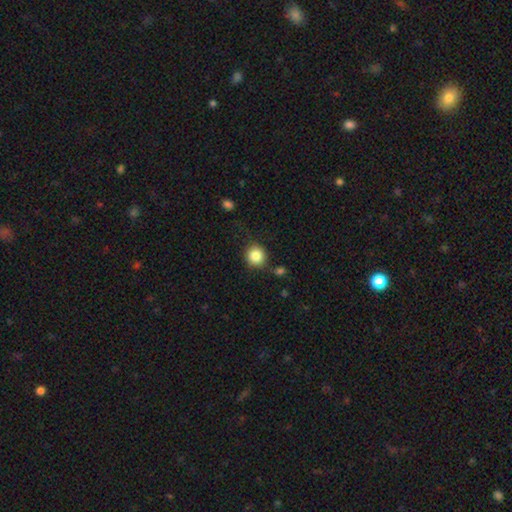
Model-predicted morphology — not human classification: smooth-or-featured: smooth: 85% | star or artifact: 10% | featured or disk: 6%
  how-rounded: round: 91% | in between: 8% | cigar-shaped: 1%
  merging: none: 77% | minor disturbance: 14% | merger: 5% | major disturbance: 4%